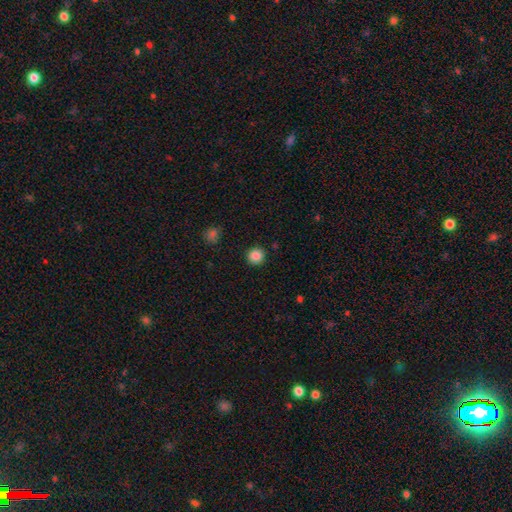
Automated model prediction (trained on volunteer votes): A smooth galaxy with no disk features (86%) that is round (93%).

Vote fractions:
- Smooth or featured? smooth: 86% / star or artifact: 10% / featured or disk: 4%
- How rounded? round: 93% / in between: 6% / cigar-shaped: 1%
- Merging? none: 91% / minor disturbance: 5% / major disturbance: 2% / merger: 1%